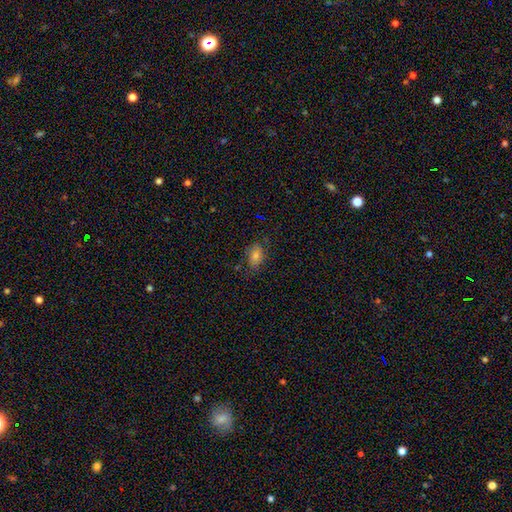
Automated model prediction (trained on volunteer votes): Q: Smooth or featured?
A: smooth (66%); runner-up: featured or disk (20%)
Q: How rounded?
A: in between (78%); runner-up: round (19%)
Q: Merging?
A: none (73%); runner-up: minor disturbance (19%)